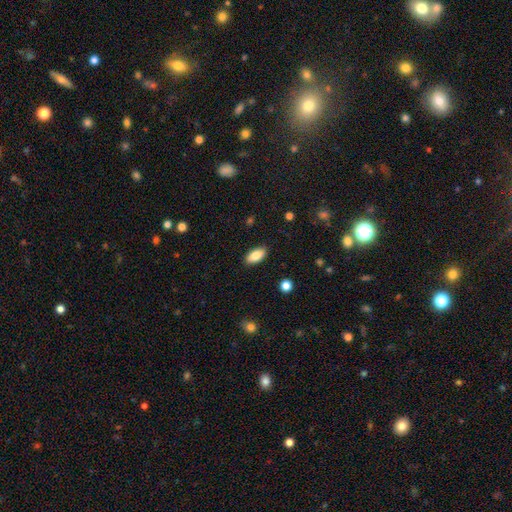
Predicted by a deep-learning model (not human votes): Smooth or featured?
  - smooth: 83% *
  - featured or disk: 10%
  - star or artifact: 7%
How rounded?
  - in between: 92% *
  - cigar-shaped: 5%
  - round: 3%
Merging?
  - none: 89% *
  - minor disturbance: 8%
  - major disturbance: 2%
  - merger: 1%